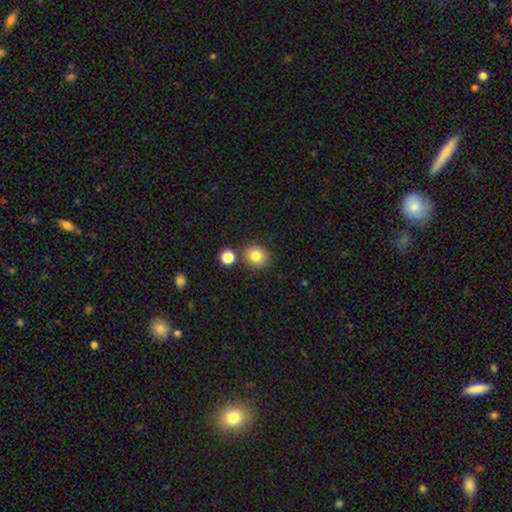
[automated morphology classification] smooth-or-featured: smooth: 83% | star or artifact: 10% | featured or disk: 7%
  how-rounded: round: 68% | in between: 31% | cigar-shaped: 1%
  merging: none: 79% | minor disturbance: 10% | merger: 8% | major disturbance: 3%